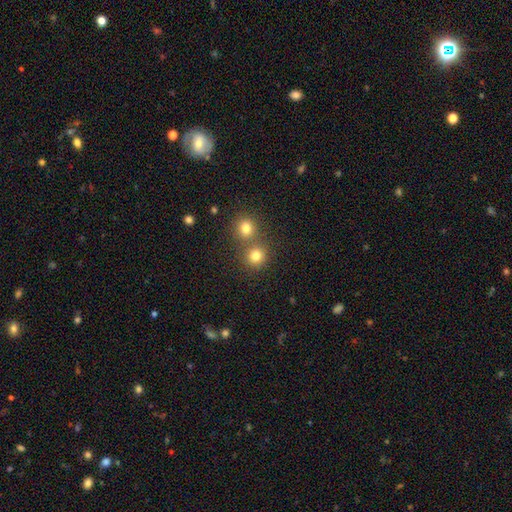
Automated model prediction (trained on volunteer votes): Smooth or featured: smooth — 79% (star or artifact — 14%)
How rounded: round — 90% (in between — 9%)
Merging: none — 65% (merger — 27%)